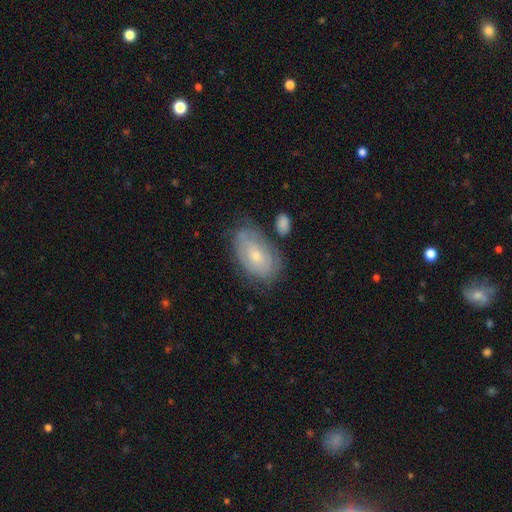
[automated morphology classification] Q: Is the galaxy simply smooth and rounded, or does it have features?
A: featured or disk — 48%.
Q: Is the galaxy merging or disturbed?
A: none — 59%.